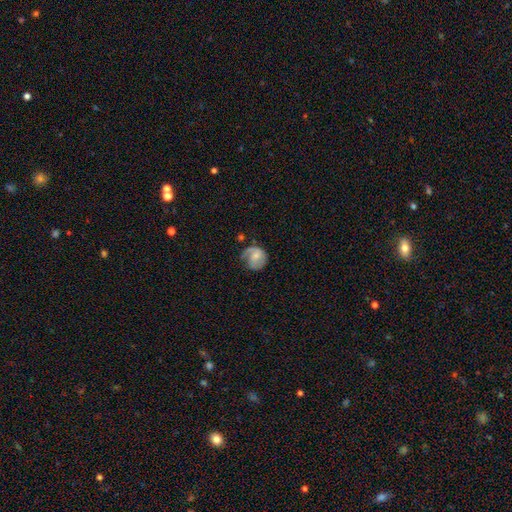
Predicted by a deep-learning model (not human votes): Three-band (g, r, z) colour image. It shows a featured or disk galaxy (59%) with no bar (57%), 2 (46%) medium (40%) spiral arms (88%) and a small central bulge (46%). Merging: none (52%).